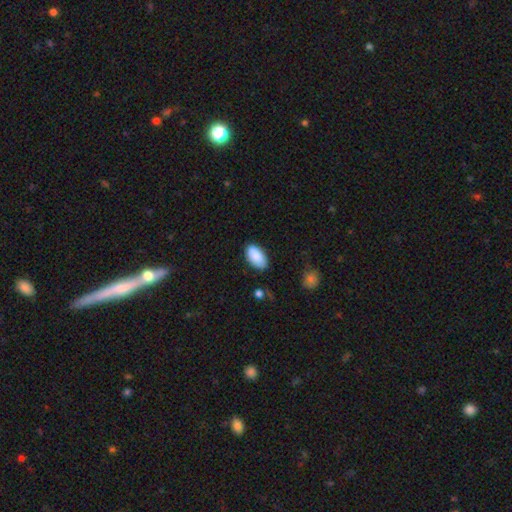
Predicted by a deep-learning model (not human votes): Overall: smooth (88%). How rounded: in between (95%). Merging: none (82%).